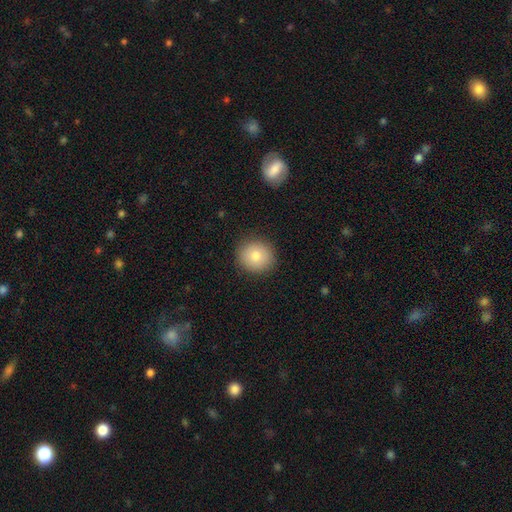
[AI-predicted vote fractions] smooth-or-featured: smooth: 79% | featured or disk: 12% | star or artifact: 10%
  how-rounded: round: 90% | in between: 9% | cigar-shaped: 1%
  merging: none: 90% | minor disturbance: 7% | major disturbance: 2% | merger: 1%